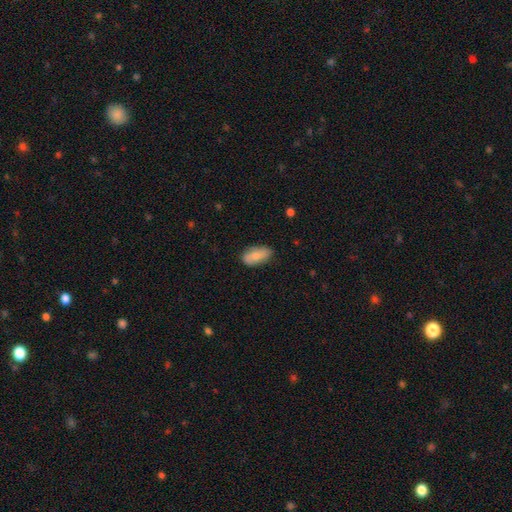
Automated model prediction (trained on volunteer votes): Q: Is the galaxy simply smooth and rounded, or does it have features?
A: smooth — 74%.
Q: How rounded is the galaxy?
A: in between — 92%.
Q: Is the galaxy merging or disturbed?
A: none — 76%.